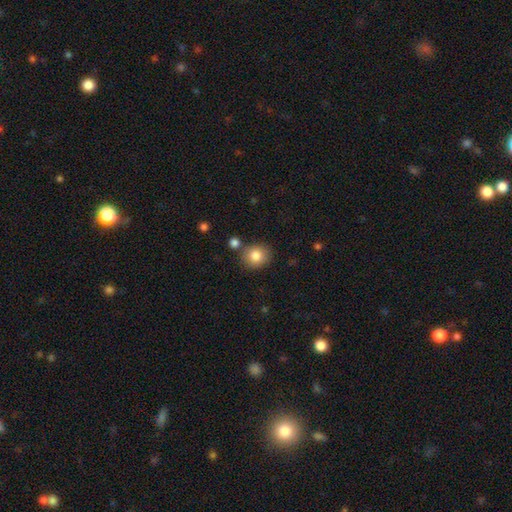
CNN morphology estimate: smooth 83%, star or artifact 9%, featured or disk 8%. Down the decision tree: how rounded — round (81%); merging — none (78%).